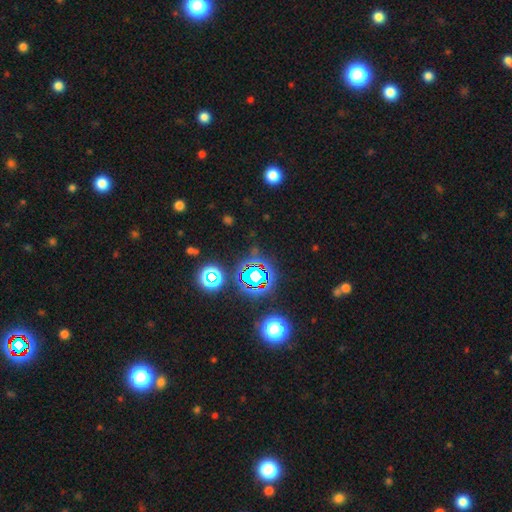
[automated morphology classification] This is likely a star or artifact rather than a galaxy (77%).